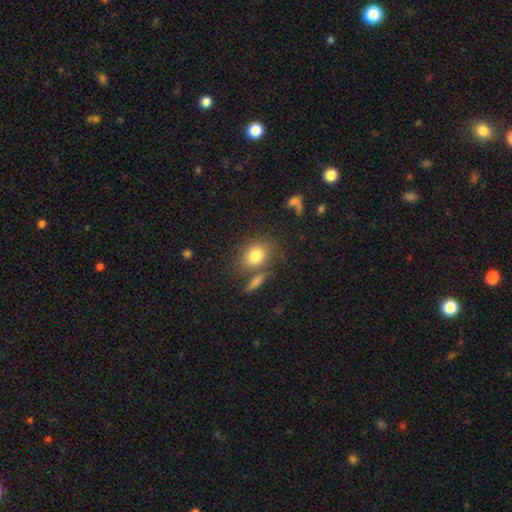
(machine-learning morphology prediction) Smooth or featured? smooth (81%)
How rounded? in between (56%)
Merging? none (66%)